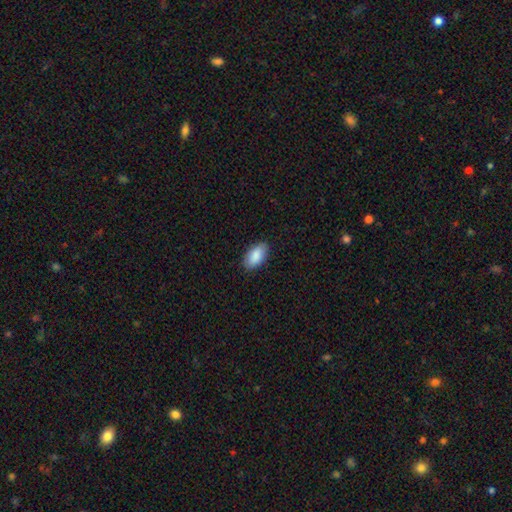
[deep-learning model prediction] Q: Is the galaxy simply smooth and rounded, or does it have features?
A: smooth — 89%.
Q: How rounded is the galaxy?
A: in between — 95%.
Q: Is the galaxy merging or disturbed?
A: none — 88%.